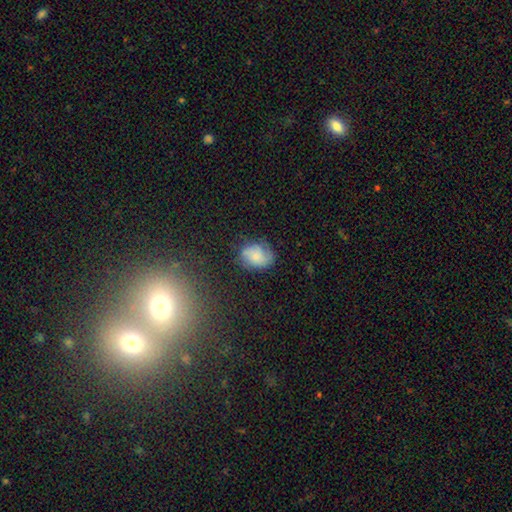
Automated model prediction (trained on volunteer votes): Smooth or featured?
  - smooth: 52% *
  - featured or disk: 38%
  - star or artifact: 10%
How rounded?
  - in between: 65% *
  - round: 34%
  - cigar-shaped: 1%
Merging?
  - none: 63% *
  - minor disturbance: 25%
  - major disturbance: 10%
  - merger: 2%